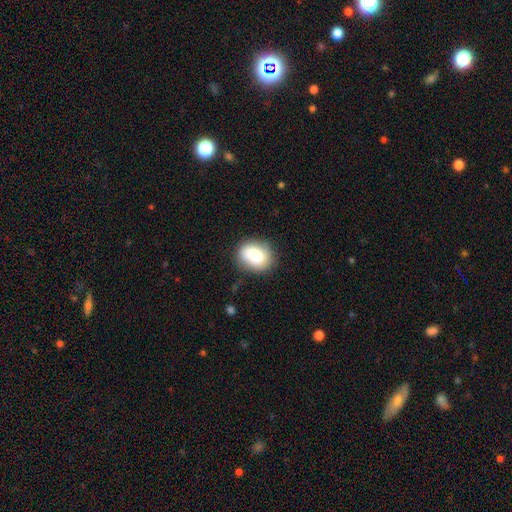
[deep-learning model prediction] Smooth or featured?
  - smooth: 86% *
  - star or artifact: 7%
  - featured or disk: 7%
How rounded?
  - in between: 62% *
  - round: 37%
  - cigar-shaped: 1%
Merging?
  - none: 76% *
  - minor disturbance: 17%
  - major disturbance: 5%
  - merger: 2%